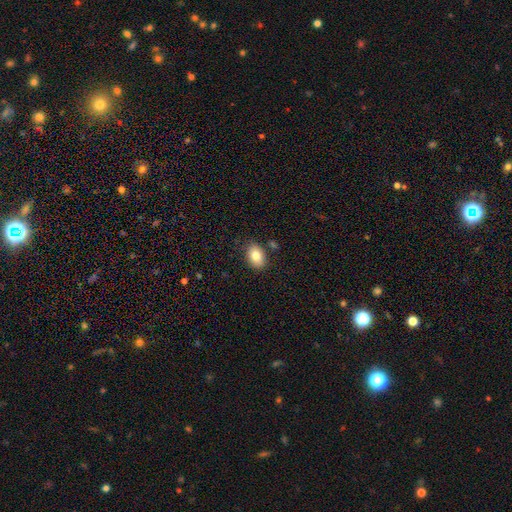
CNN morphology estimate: Smooth or featured?
  - smooth: 82% *
  - featured or disk: 10%
  - star or artifact: 8%
How rounded?
  - in between: 82% *
  - round: 17%
  - cigar-shaped: 1%
Merging?
  - none: 84% *
  - minor disturbance: 11%
  - merger: 3%
  - major disturbance: 2%